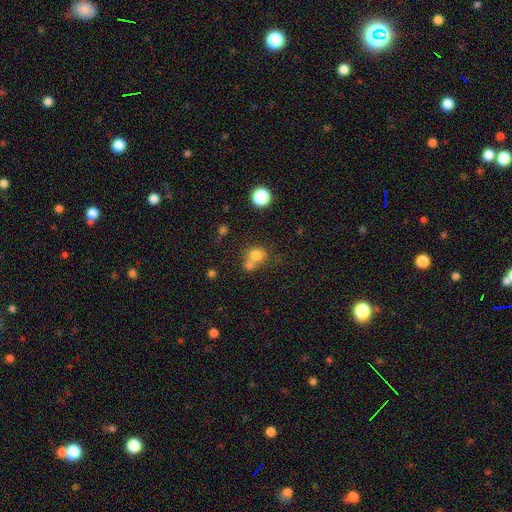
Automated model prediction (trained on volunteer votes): smooth_or_featured: smooth (p=0.75) [alt: star or artifact p=0.13]
how_rounded: round (p=0.69) [alt: in between p=0.30]
merging: merger (p=0.53) [alt: none p=0.34]